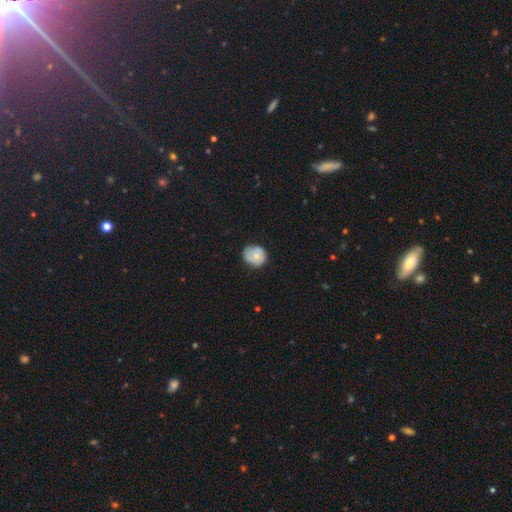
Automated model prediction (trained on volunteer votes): Smooth or featured? Predicted: smooth (p=0.51). How rounded? Predicted: round (p=0.75). Merging? Predicted: none (p=0.66).